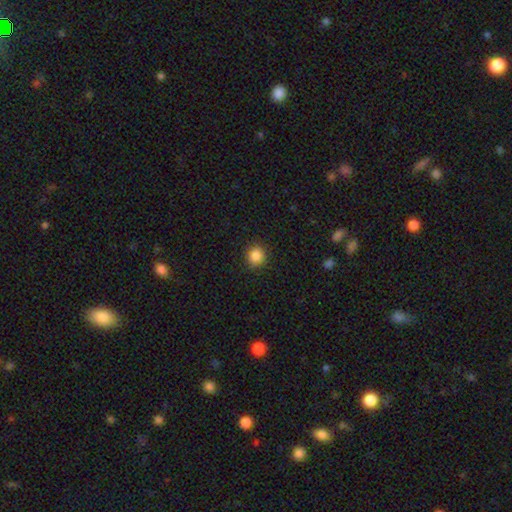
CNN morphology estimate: Smooth or featured? smooth (86%)
How rounded? round (91%)
Merging? none (90%)